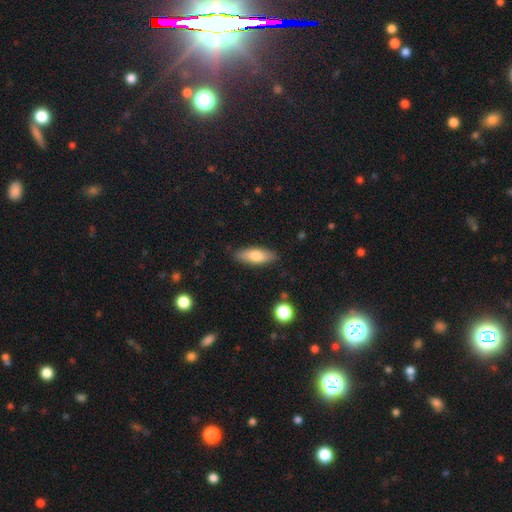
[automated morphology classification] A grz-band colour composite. It shows a smooth galaxy with no disk features (76%) that is in between round and cigar-shaped (66%). Merging: none (85%).